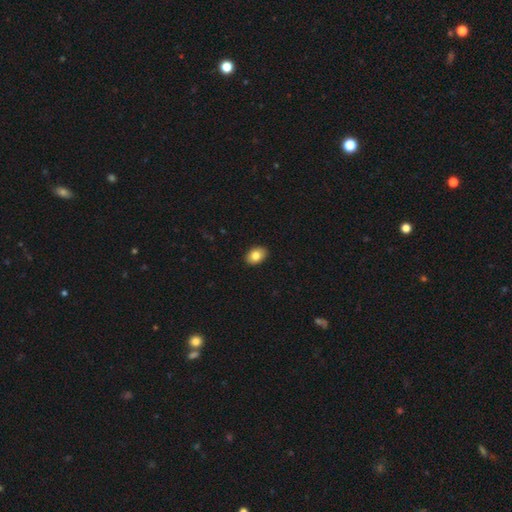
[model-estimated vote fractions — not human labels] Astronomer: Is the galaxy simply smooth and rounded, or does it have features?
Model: smooth — 82%.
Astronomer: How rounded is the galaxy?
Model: in between — 82%.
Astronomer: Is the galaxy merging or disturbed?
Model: none — 90%.